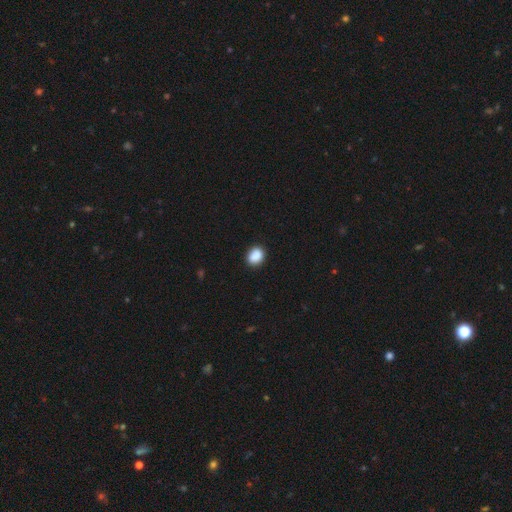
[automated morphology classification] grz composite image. It shows a smooth galaxy with no disk features (88%) that is in between round and cigar-shaped (51%). Merging: none (86%).